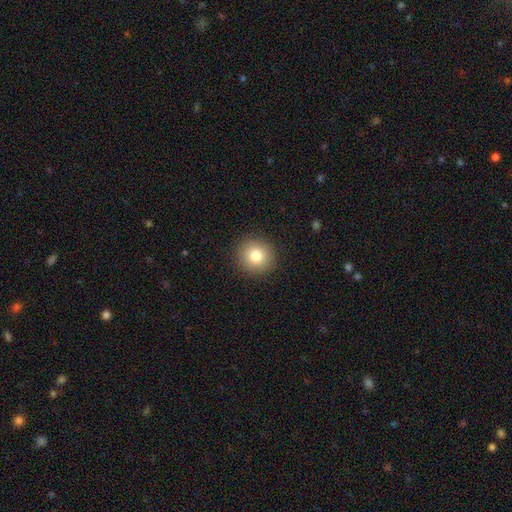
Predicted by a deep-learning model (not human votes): smooth_or_featured: smooth (p=0.81) [alt: star or artifact p=0.10]
how_rounded: round (p=0.93) [alt: in between p=0.06]
merging: none (p=0.92) [alt: minor disturbance p=0.05]